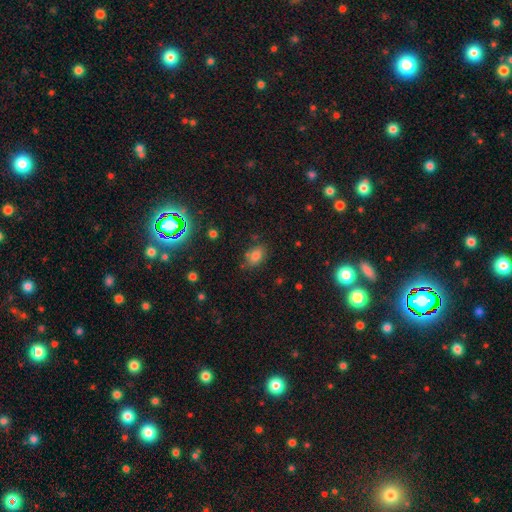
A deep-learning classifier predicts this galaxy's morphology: smooth 79%, star or artifact 14%, featured or disk 8%. Down the decision tree: how rounded — in between (80%); merging — none (74%).